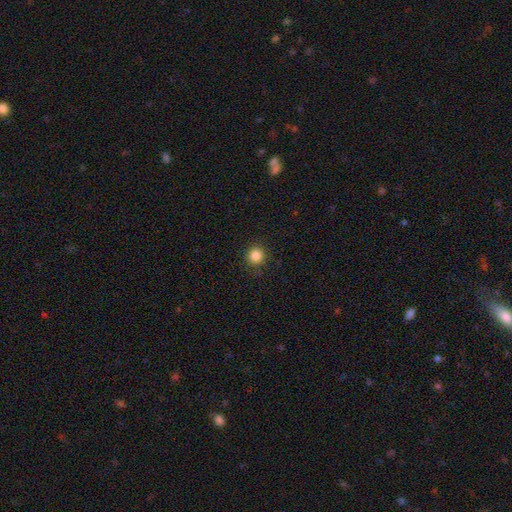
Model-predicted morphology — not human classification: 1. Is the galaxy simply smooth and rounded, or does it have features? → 84% smooth, 11% star or artifact, 4% featured or disk.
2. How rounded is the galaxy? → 93% round, 6% in between, 1% cigar-shaped.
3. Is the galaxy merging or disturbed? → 89% none, 7% minor disturbance, 2% major disturbance, 1% merger.